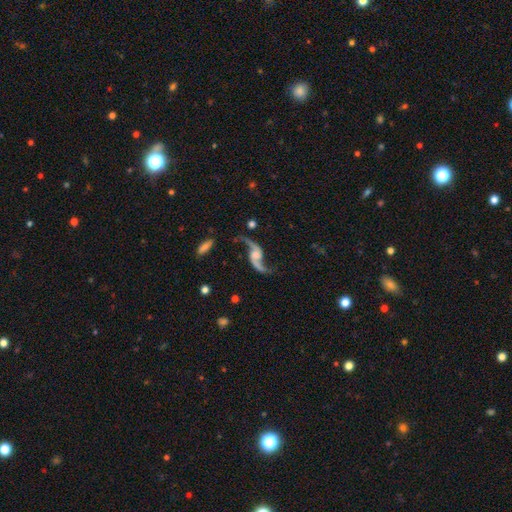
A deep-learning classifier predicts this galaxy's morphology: featured or disk 91%, star or artifact 5%, smooth 4%. Down the decision tree: edge-on disk — no (95%); bar — no (57%); spiral arms — yes (97%); spiral arm count — 2 (94%); spiral winding — loose (92%); bulge size — small (33%); merging — none (72%).